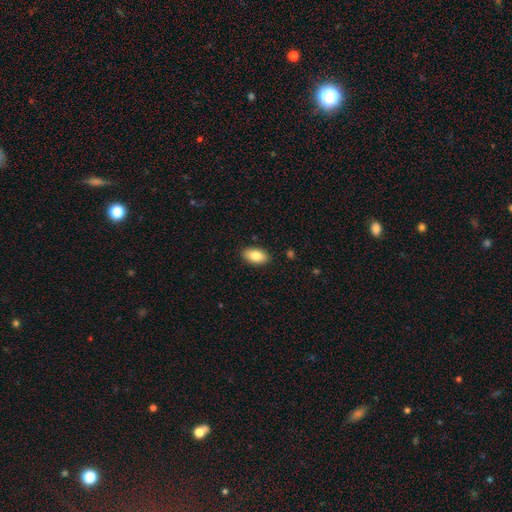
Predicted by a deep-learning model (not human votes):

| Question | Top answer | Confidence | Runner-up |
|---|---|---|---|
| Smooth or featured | smooth | 84% | featured or disk (9%) |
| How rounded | in between | 93% | round (4%) |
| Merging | none | 88% | minor disturbance (8%) |